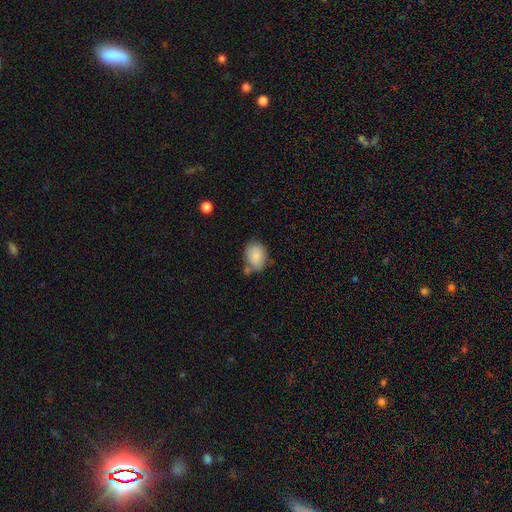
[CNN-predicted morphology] Q: Smooth or featured?
A: smooth (83%); runner-up: featured or disk (9%)
Q: How rounded?
A: in between (64%); runner-up: round (35%)
Q: Merging?
A: none (58%); runner-up: minor disturbance (23%)